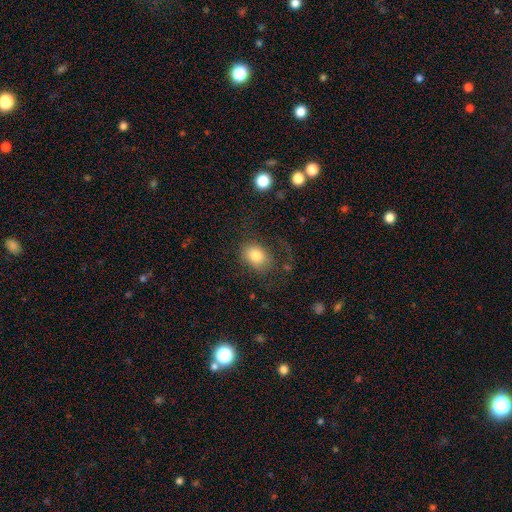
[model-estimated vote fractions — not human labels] A smooth galaxy with no disk features (79%) that is in between round and cigar-shaped (66%). Merging: none (62%).